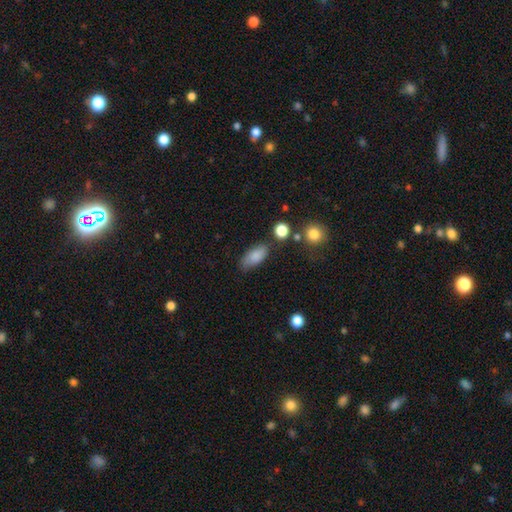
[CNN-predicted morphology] This is clearly a smooth galaxy (85%). How rounded: clearly in between (88%). Merging: likely none (73%).